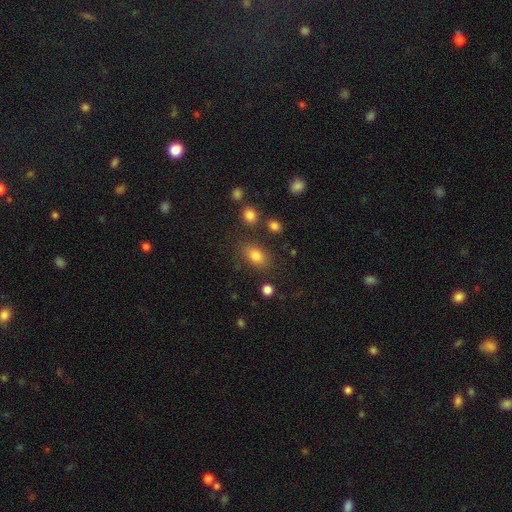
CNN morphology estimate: smooth 82%, star or artifact 10%, featured or disk 8%. Down the decision tree: how rounded — in between (83%); merging — none (77%).